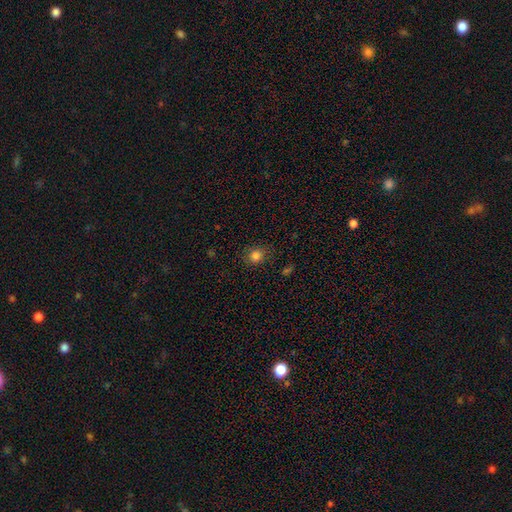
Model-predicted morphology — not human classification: This appears to be a smooth galaxy with no disk features (82%) that is round (75%). Merging: none (83%).